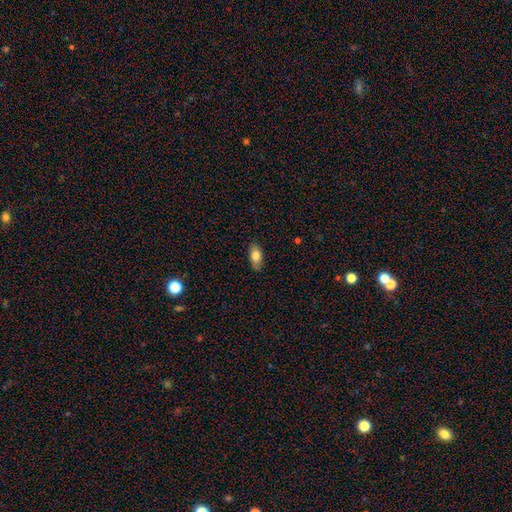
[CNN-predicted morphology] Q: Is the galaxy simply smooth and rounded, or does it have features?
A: smooth — 78%.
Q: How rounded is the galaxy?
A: in between — 87%.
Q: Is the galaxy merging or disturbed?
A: none — 83%.